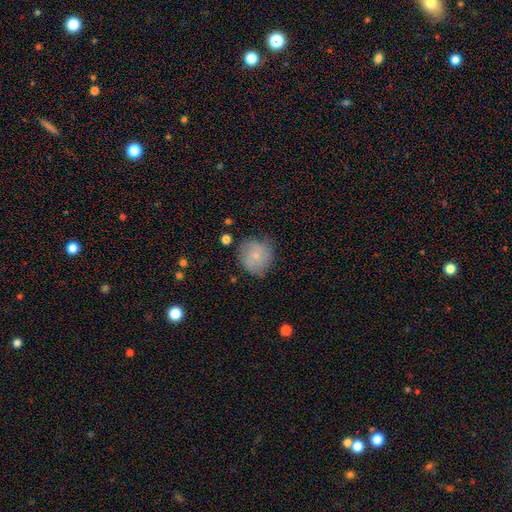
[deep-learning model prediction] Smooth or featured? Predicted: smooth (p=0.70). How rounded? Predicted: round (p=0.89). Merging? Predicted: none (p=0.70).